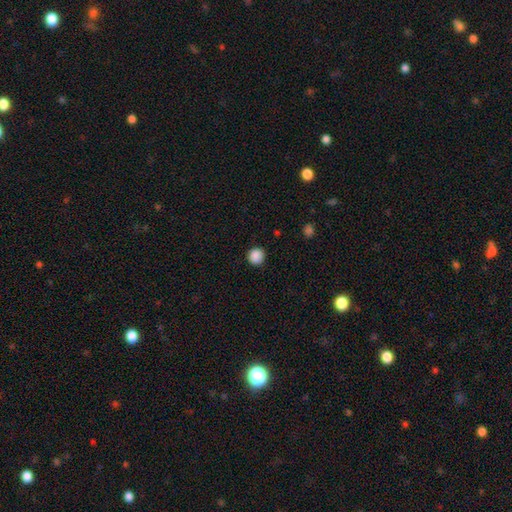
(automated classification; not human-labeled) The model was most divided on "smooth or featured": smooth: 88%, star or artifact: 9%, featured or disk: 2%. More confident: how rounded — round (93%); merging — none (91%).